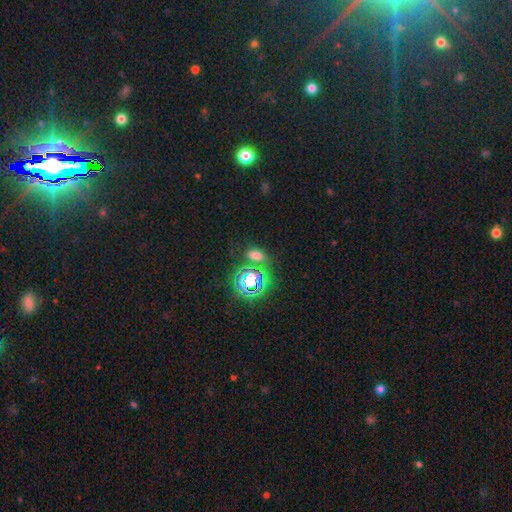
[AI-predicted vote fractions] This is possibly a smooth galaxy (54%). How rounded: likely in between (78%). Merging: likely none (71%).